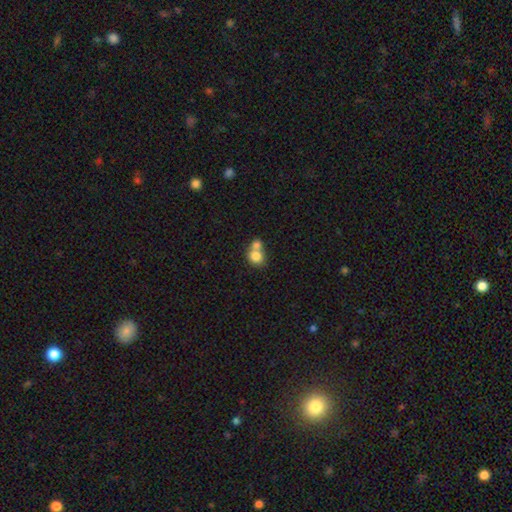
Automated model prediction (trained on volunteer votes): Smooth or featured?
  - smooth: 78% *
  - featured or disk: 13%
  - star or artifact: 9%
How rounded?
  - round: 74% *
  - in between: 25%
  - cigar-shaped: 1%
Merging?
  - merger: 64% *
  - none: 28%
  - minor disturbance: 6%
  - major disturbance: 3%